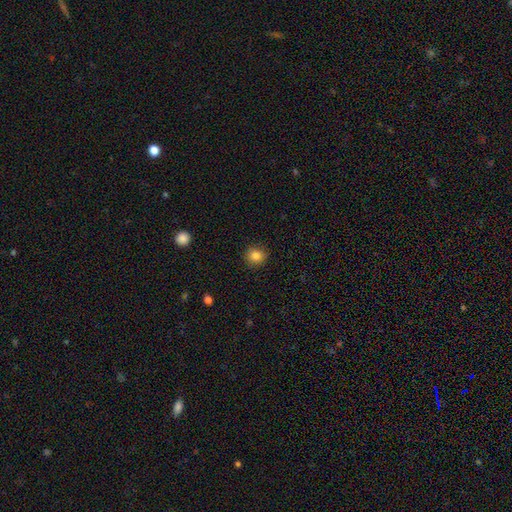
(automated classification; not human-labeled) The model was most divided on "smooth or featured": smooth: 85%, star or artifact: 11%, featured or disk: 5%. More confident: merging — none (90%); how rounded — round (87%).